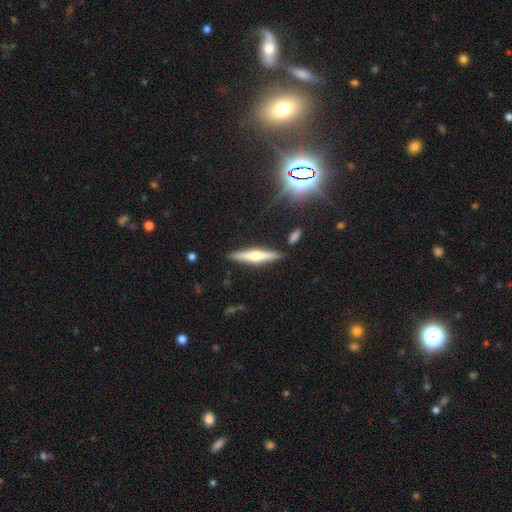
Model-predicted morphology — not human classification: type=featured or disk (58%); edge-on=yes (97%); edge-on bulge=rounded (83%); merging=none (88%).